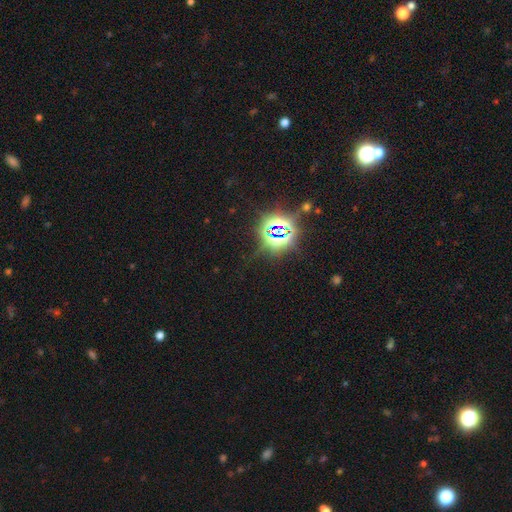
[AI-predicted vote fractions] Smooth or featured?
  - star or artifact: 81% *
  - smooth: 12%
  - featured or disk: 7%